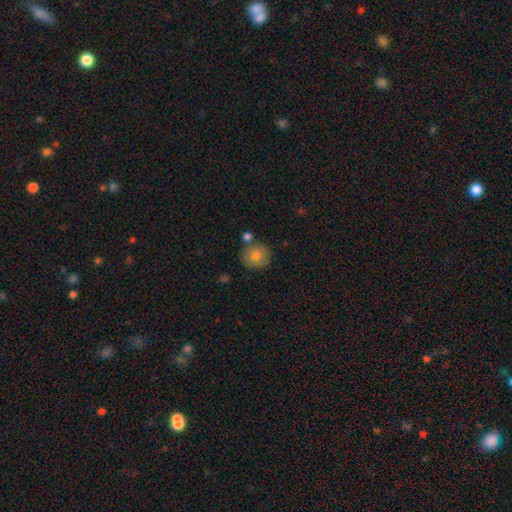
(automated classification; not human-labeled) Smooth or featured: smooth — 80% (featured or disk — 11%)
How rounded: round — 91% (in between — 8%)
Merging: none — 77% (merger — 11%)